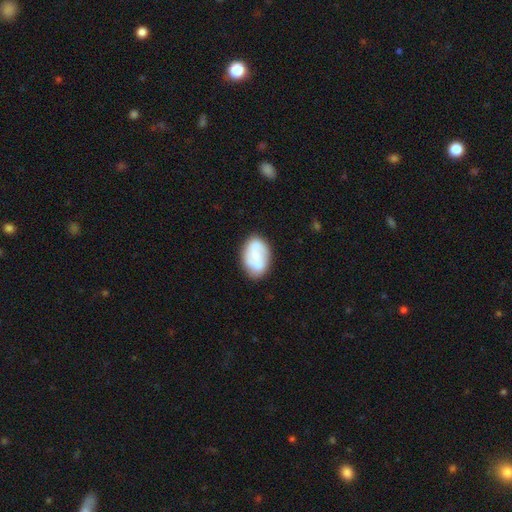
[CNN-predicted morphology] The model was most divided on "smooth or featured": smooth: 50%, featured or disk: 43%, star or artifact: 7%. More confident: how rounded — in between (85%); merging — none (70%).